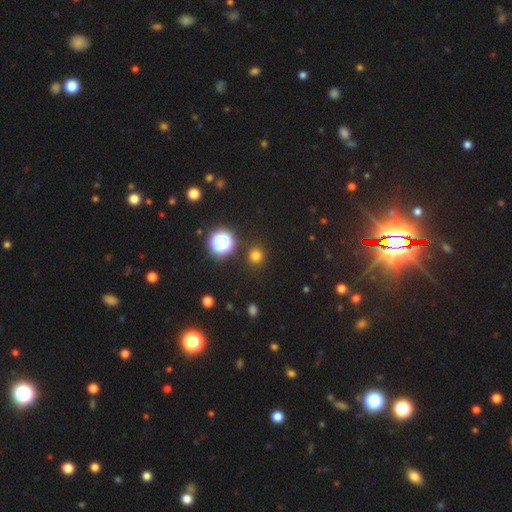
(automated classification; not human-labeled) A smooth galaxy with no disk features (74%) that is round (93%).

Vote fractions:
- Smooth or featured? smooth: 74% / star or artifact: 21% / featured or disk: 5%
- How rounded? round: 93% / in between: 6% / cigar-shaped: 1%
- Merging? none: 90% / minor disturbance: 6% / major disturbance: 2% / merger: 2%